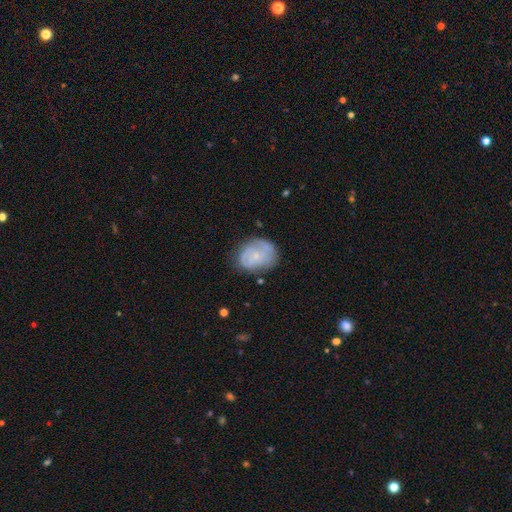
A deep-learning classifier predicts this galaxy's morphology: A featured or disk galaxy (52%).

Vote fractions:
- Smooth or featured? featured or disk: 52% / smooth: 41% / star or artifact: 8%
- Edge-on disk? no: 97% / yes: 3%
- Merging? none: 66% / minor disturbance: 23% / major disturbance: 8% / merger: 2%